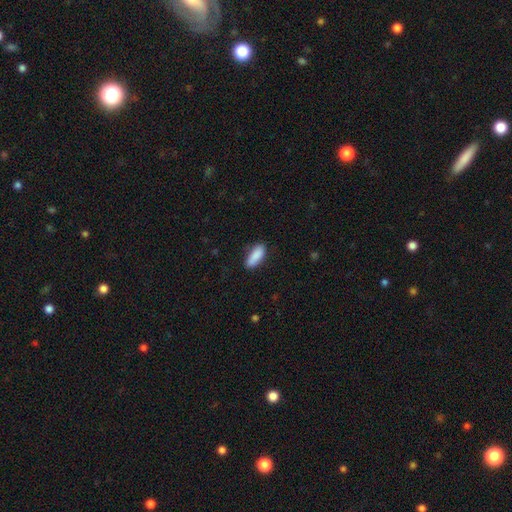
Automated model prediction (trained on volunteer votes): Q: Smooth or featured?
A: smooth (88%); runner-up: star or artifact (6%)
Q: How rounded?
A: in between (73%); runner-up: cigar-shaped (25%)
Q: Merging?
A: none (79%); runner-up: minor disturbance (16%)